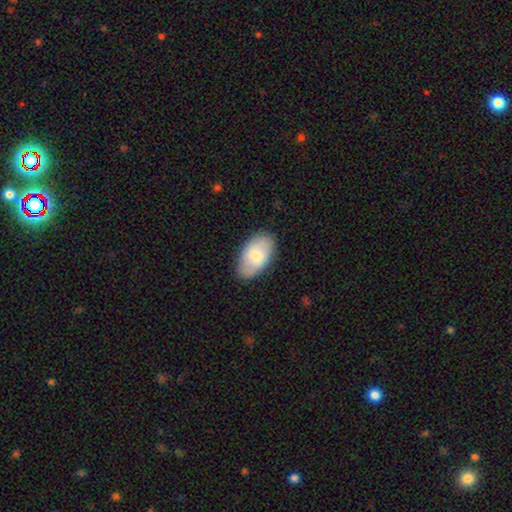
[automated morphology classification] Q: Smooth or featured?
A: smooth (67%); runner-up: featured or disk (27%)
Q: How rounded?
A: in between (94%); runner-up: round (4%)
Q: Merging?
A: none (85%); runner-up: minor disturbance (11%)